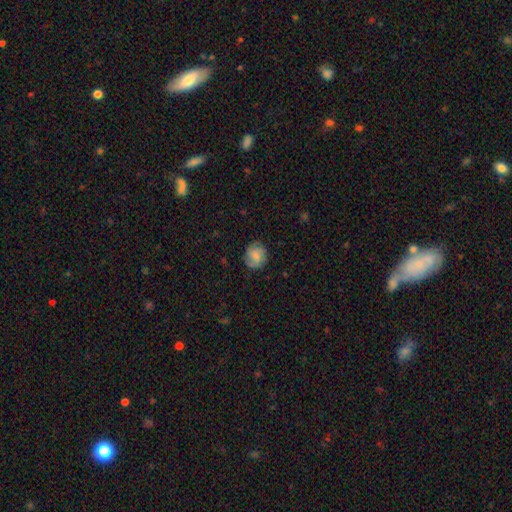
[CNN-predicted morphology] This is possibly a smooth galaxy (57%). How rounded: likely round (77%). Merging: likely none (77%).